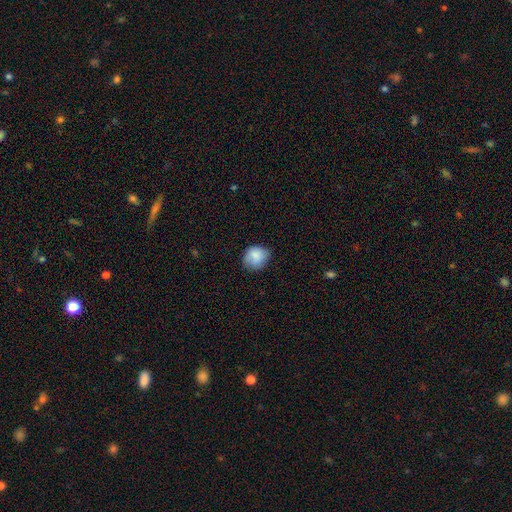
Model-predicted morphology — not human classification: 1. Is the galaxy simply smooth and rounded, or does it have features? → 85% smooth, 8% star or artifact, 8% featured or disk.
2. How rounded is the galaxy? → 71% round, 28% in between, 1% cigar-shaped.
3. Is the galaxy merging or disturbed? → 70% none, 24% minor disturbance, 5% major disturbance, 1% merger.